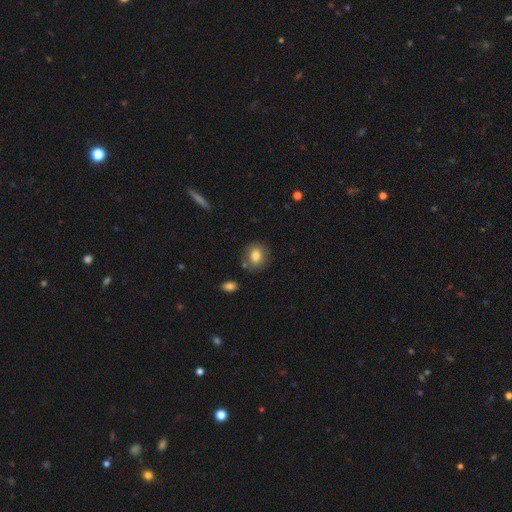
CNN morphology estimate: type=smooth (81%); roundness=round (66%); merging=none (80%).